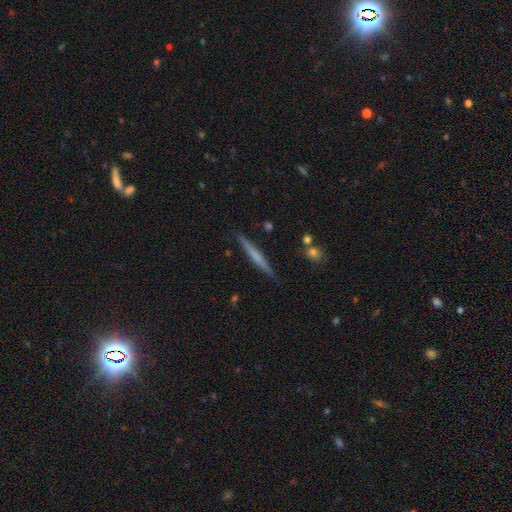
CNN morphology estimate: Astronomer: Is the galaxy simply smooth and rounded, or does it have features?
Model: featured or disk — 50% (runner-up: smooth, 45%).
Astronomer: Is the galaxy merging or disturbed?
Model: none — 90%.